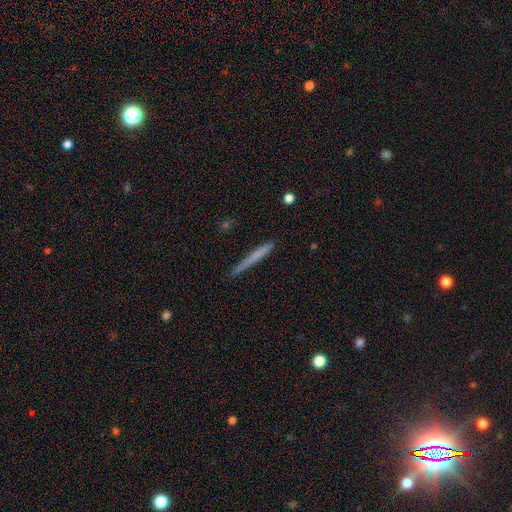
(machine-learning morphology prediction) smooth 63%, featured or disk 31%, star or artifact 6%. Down the decision tree: how rounded — cigar-shaped (97%); merging — none (84%).